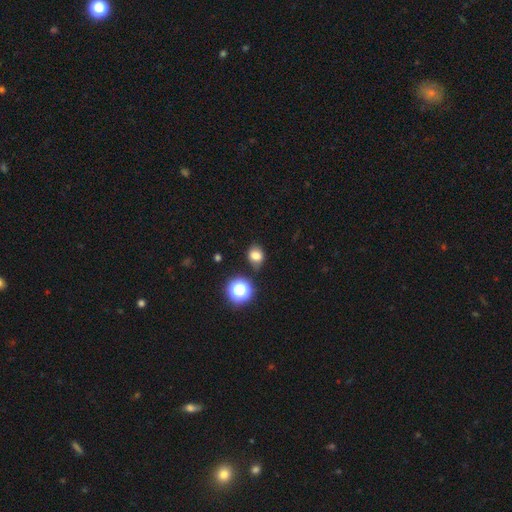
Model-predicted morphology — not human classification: This appears to be a smooth galaxy with no disk features (76%) that is round (54%). Merging: none (75%).